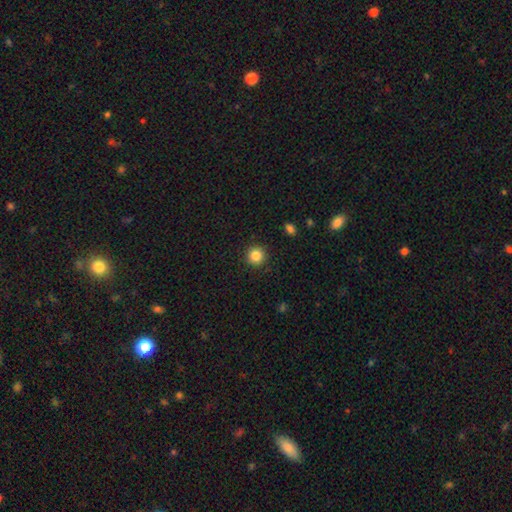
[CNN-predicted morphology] Smooth or featured?
  - smooth: 85% *
  - star or artifact: 11%
  - featured or disk: 4%
How rounded?
  - round: 95% *
  - in between: 4%
  - cigar-shaped: 1%
Merging?
  - none: 92% *
  - minor disturbance: 5%
  - major disturbance: 2%
  - merger: 1%